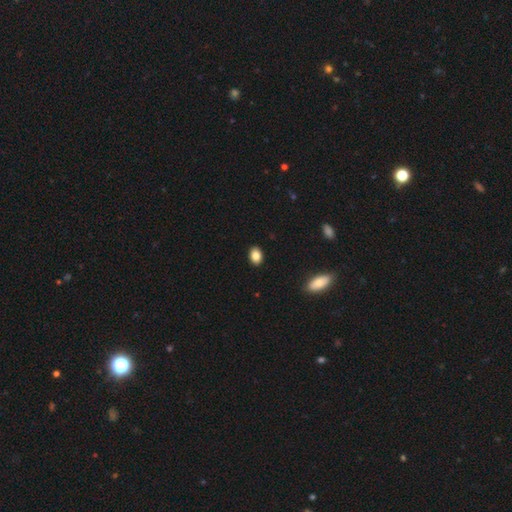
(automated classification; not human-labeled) Morphology: type=smooth (86%); roundness=in between (78%); merging=none (90%).